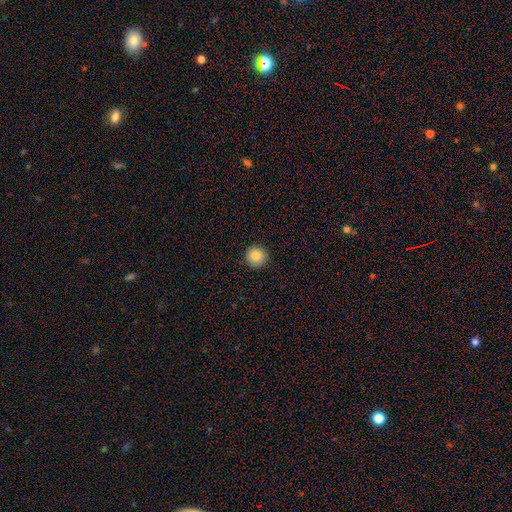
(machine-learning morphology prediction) smooth-or-featured: smooth: 85% | star or artifact: 9% | featured or disk: 6%
  how-rounded: round: 95% | in between: 4% | cigar-shaped: 1%
  merging: none: 92% | minor disturbance: 5% | major disturbance: 2% | merger: 1%